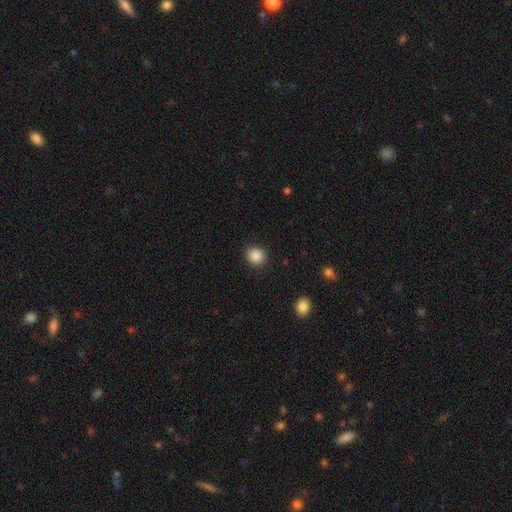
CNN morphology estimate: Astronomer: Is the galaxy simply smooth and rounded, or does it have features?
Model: smooth — 88%.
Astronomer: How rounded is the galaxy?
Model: round — 80%.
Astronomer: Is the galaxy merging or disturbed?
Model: none — 90%.